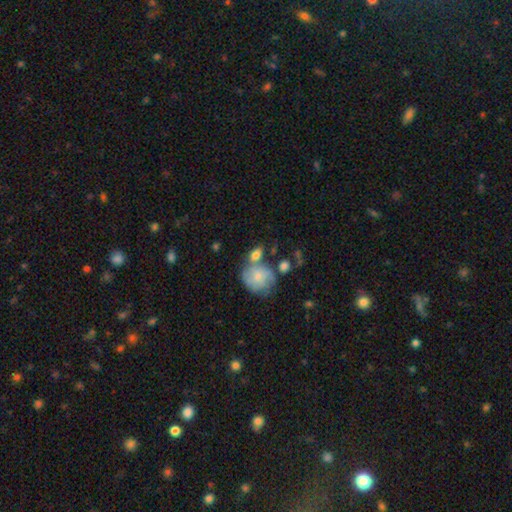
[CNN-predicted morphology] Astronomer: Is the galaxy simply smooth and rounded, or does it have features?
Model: smooth — 72%.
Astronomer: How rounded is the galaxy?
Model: in between — 57% (runner-up: round, 40%).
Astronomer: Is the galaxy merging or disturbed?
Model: none — 46% (runner-up: merger, 31%).